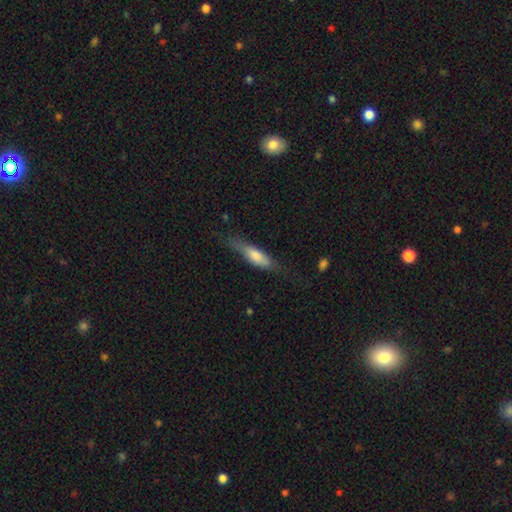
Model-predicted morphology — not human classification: Smooth or featured?
  - smooth: 61% *
  - featured or disk: 33%
  - star or artifact: 6%
How rounded?
  - cigar-shaped: 61% *
  - in between: 37%
  - round: 2%
Merging?
  - none: 61% *
  - minor disturbance: 26%
  - major disturbance: 11%
  - merger: 2%